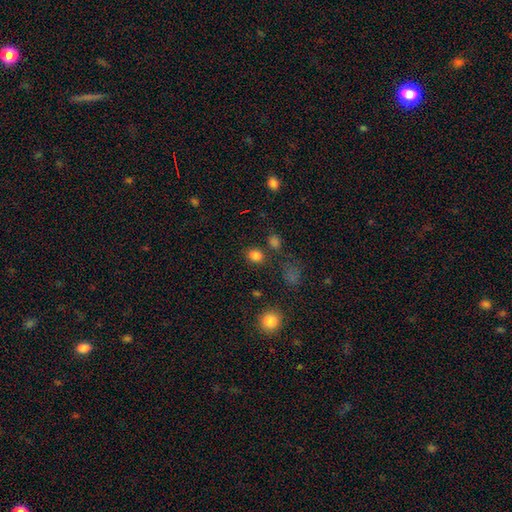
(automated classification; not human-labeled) A smooth galaxy with no disk features (82%) that is round (64%).

Vote fractions:
- Smooth or featured? smooth: 82% / star or artifact: 14% / featured or disk: 4%
- How rounded? round: 64% / in between: 35% / cigar-shaped: 1%
- Merging? none: 78% / minor disturbance: 10% / merger: 8% / major disturbance: 4%